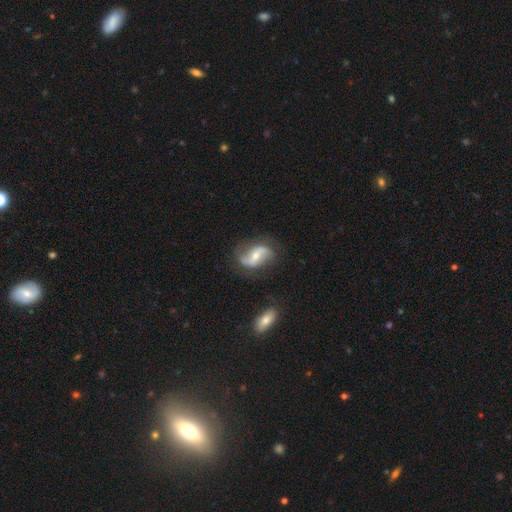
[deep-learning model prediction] Overall: featured or disk (76%). Edge-on disk: no (96%). Bar: weak (40%; strong 30%). Spiral arms: yes (92%). Spiral arm count: 2 (90%). Spiral winding: loose (67%). Bulge size: moderate (52%; small 41%). Merging: none (71%).